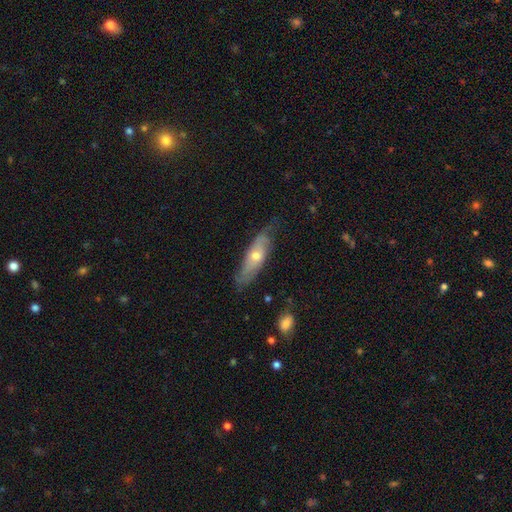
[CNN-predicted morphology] This appears to be a featured or disk galaxy (53%). Merging: none (69%).